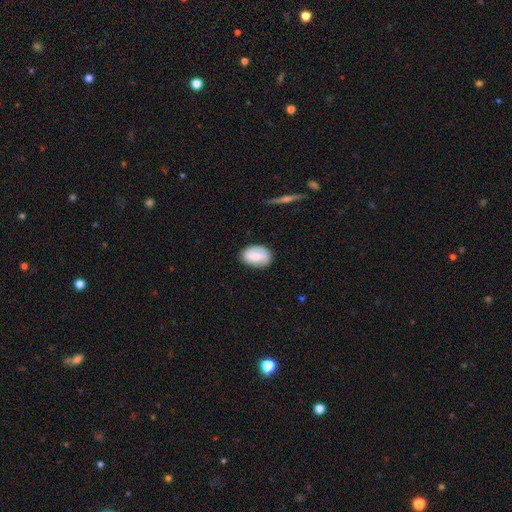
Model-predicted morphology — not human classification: This is possibly a smooth galaxy (57%). How rounded: clearly in between (82%). Merging: likely none (78%).